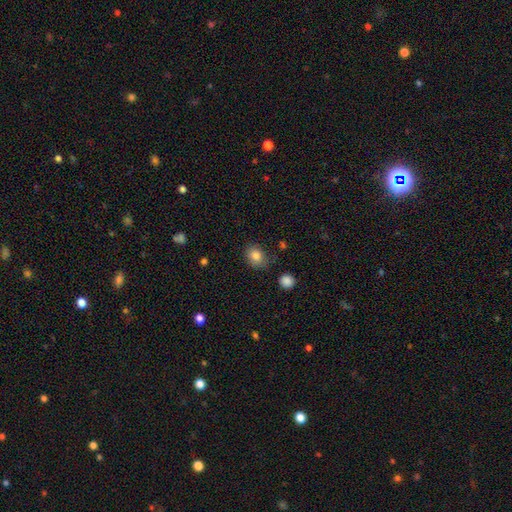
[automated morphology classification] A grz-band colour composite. It shows a smooth galaxy with no disk features (84%) that is round (59%). Merging: none (75%).